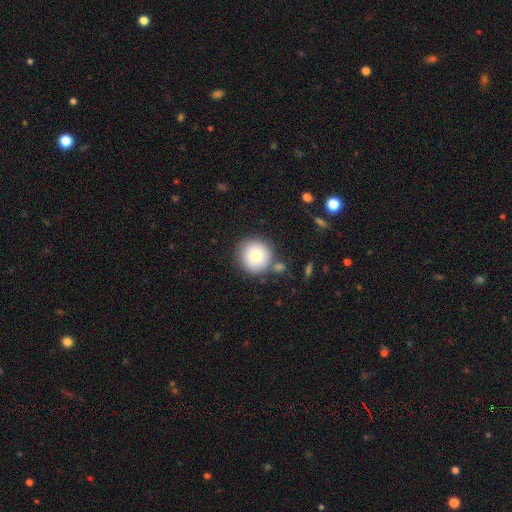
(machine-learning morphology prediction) This appears to be a smooth galaxy with no disk features (77%) that is round (94%). Merging: none (74%).